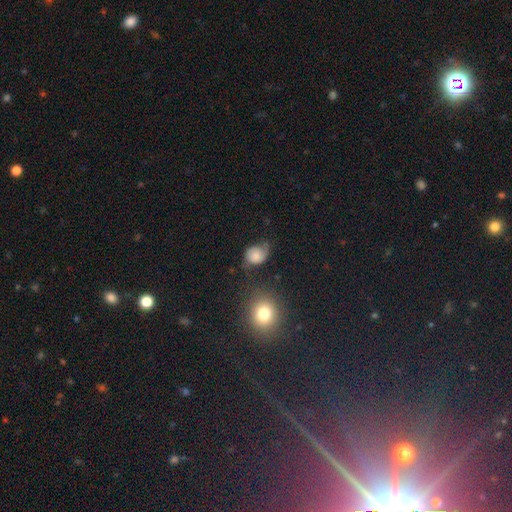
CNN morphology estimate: The model was most divided on "merging": none: 46%, minor disturbance: 33%, major disturbance: 16%, merger: 5%. More confident: smooth or featured — smooth (67%); how rounded — round (61%).